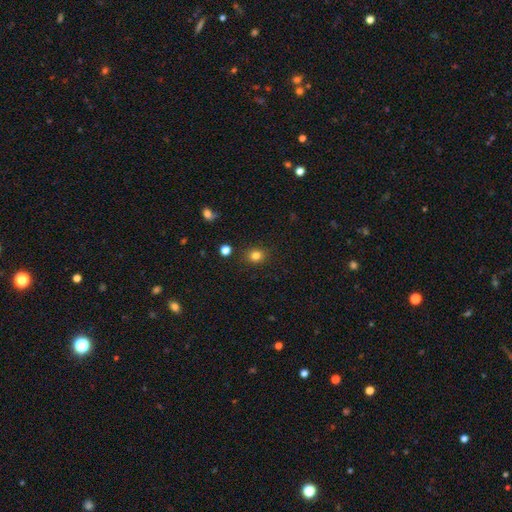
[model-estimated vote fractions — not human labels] A smooth galaxy with no disk features (81%) that is round (76%). Merging: none (88%).